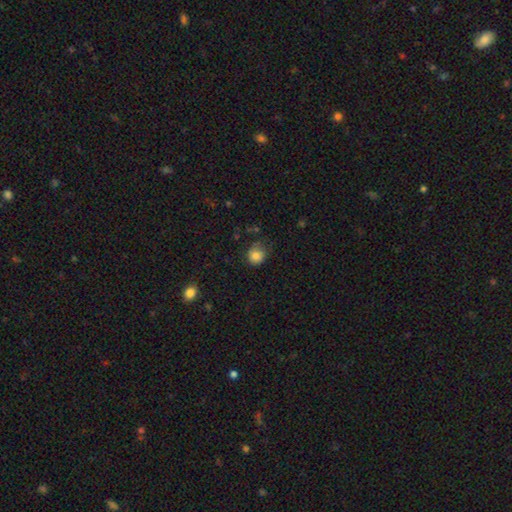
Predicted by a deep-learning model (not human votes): Morphology: type=smooth (82%); roundness=round (80%); merging=none (65%).